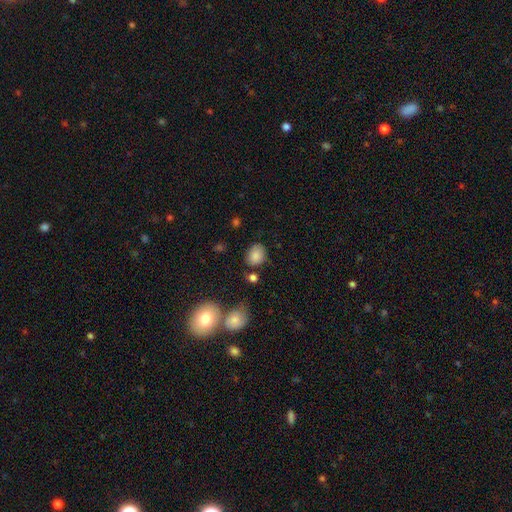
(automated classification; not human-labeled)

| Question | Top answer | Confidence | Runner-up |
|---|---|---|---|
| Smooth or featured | smooth | 85% | star or artifact (9%) |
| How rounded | in between | 50% | round (49%) |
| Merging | none | 73% | minor disturbance (17%) |